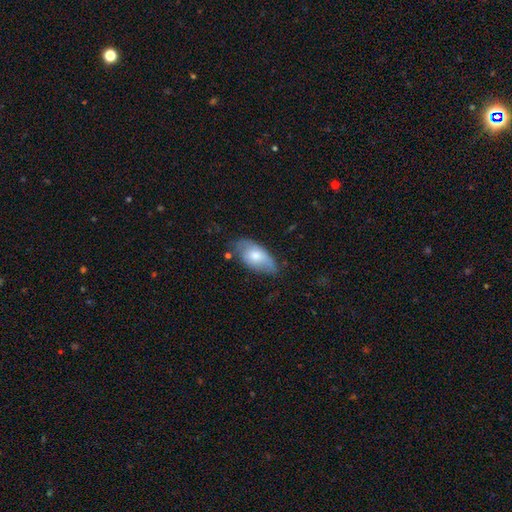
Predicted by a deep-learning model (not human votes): Smooth or featured? Predicted: smooth (p=0.67). How rounded? Predicted: in between (p=0.92). Merging? Predicted: none (p=0.56).